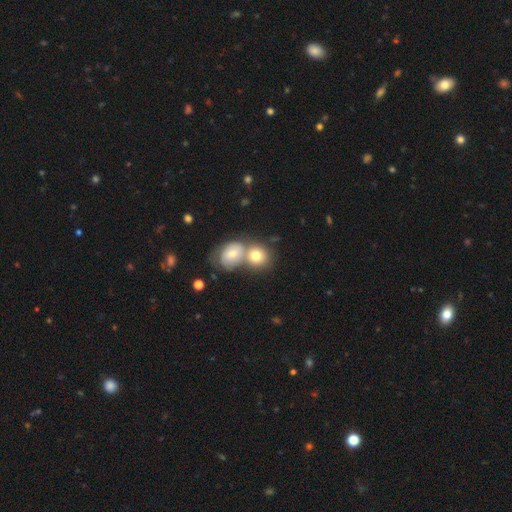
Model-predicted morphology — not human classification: Smooth or featured? smooth (71%)
How rounded? round (72%)
Merging? merger (57%)